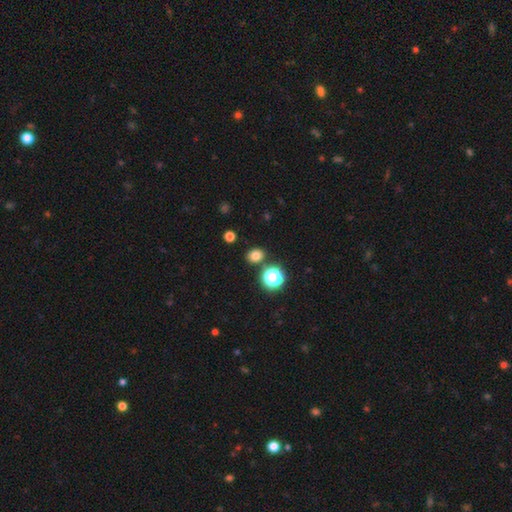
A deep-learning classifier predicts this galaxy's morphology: smooth 76%, star or artifact 18%, featured or disk 6%. Down the decision tree: how rounded — round (55%); merging — none (82%).